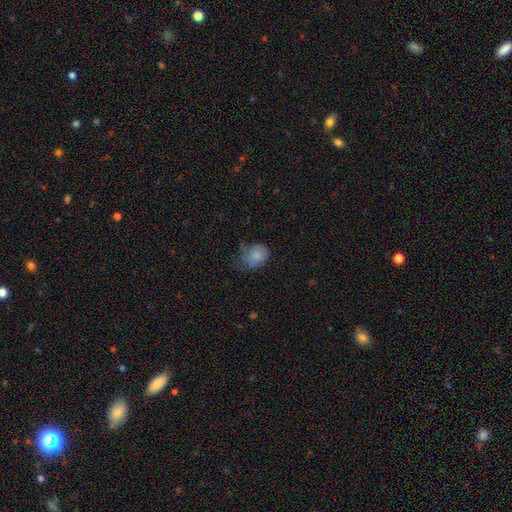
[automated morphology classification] Overall: smooth (79%). How rounded: round (53%; in between 46%). Merging: none (43%; minor disturbance 37%).